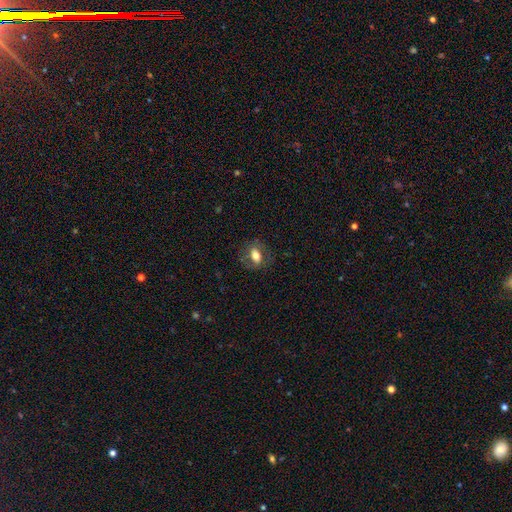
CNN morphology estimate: Smooth or featured? Predicted: smooth (p=0.65). How rounded? Predicted: in between (p=0.79). Merging? Predicted: none (p=0.76).